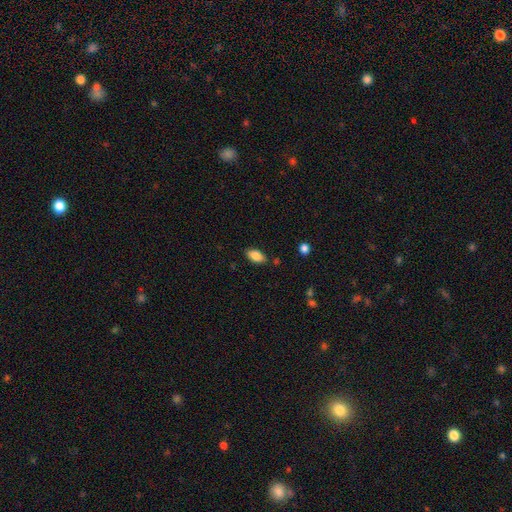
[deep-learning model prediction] Smooth or featured? smooth (85%)
How rounded? in between (92%)
Merging? none (84%)